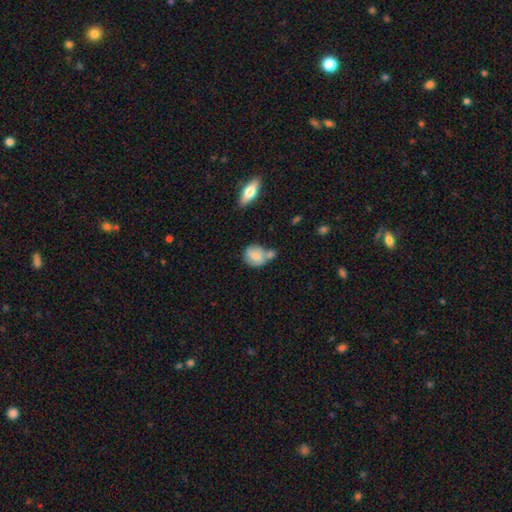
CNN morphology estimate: Overall: smooth (70%). How rounded: round (62%; in between 36%). Merging: none (40%; merger 34%).